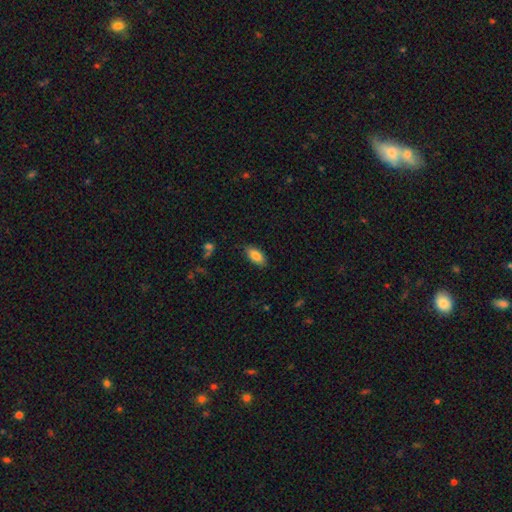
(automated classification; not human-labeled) This appears to be a smooth galaxy with no disk features (84%) that is in between round and cigar-shaped (89%). Merging: none (85%).